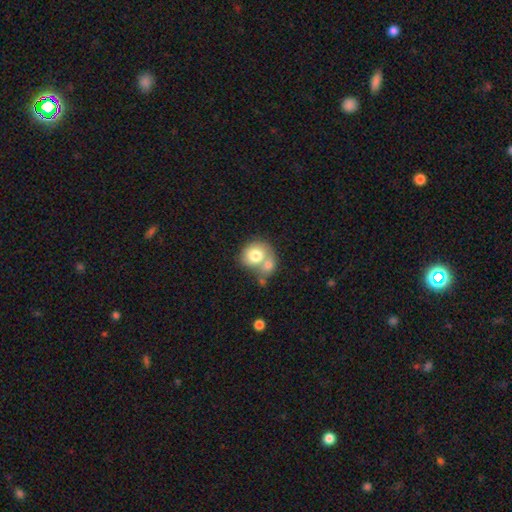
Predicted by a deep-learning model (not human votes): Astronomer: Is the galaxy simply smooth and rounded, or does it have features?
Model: smooth — 74%.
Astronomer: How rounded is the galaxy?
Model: round — 72%.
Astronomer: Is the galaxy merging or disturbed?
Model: merger — 54% (runner-up: none, 31%).